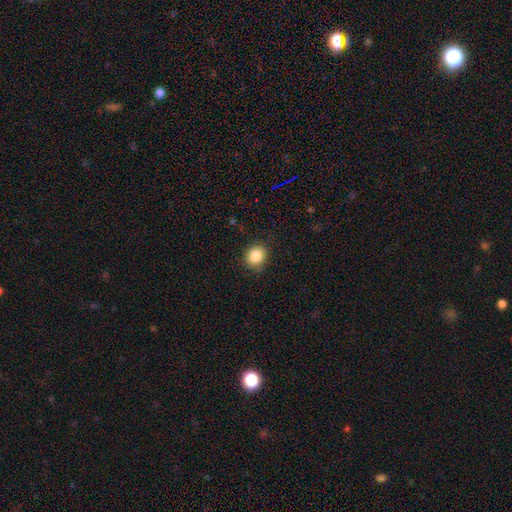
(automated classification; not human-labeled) smooth 85%, star or artifact 10%, featured or disk 5%. Down the decision tree: how rounded — round (73%); merging — none (85%).